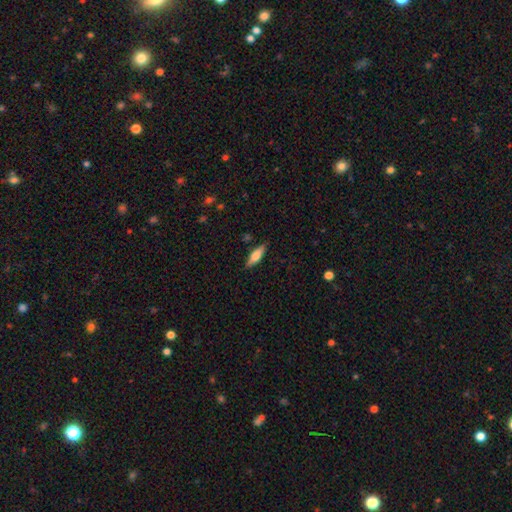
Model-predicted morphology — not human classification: Smooth or featured?
  - smooth: 58% *
  - featured or disk: 36%
  - star or artifact: 6%
How rounded?
  - cigar-shaped: 51% *
  - in between: 47%
  - round: 2%
Merging?
  - none: 85% *
  - minor disturbance: 12%
  - major disturbance: 2%
  - merger: 1%